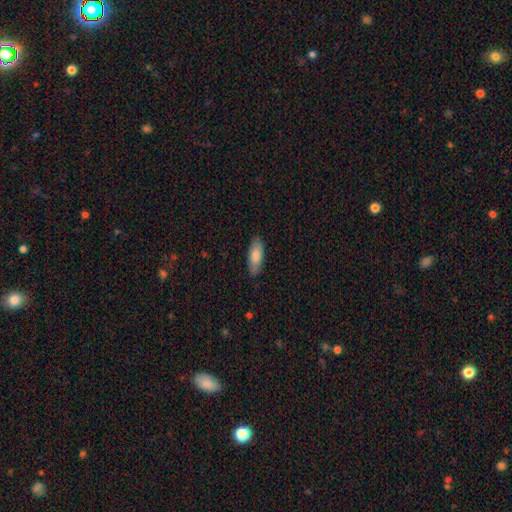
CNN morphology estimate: A smooth galaxy with no disk features (81%) that is in between round and cigar-shaped (75%). Merging: none (86%).